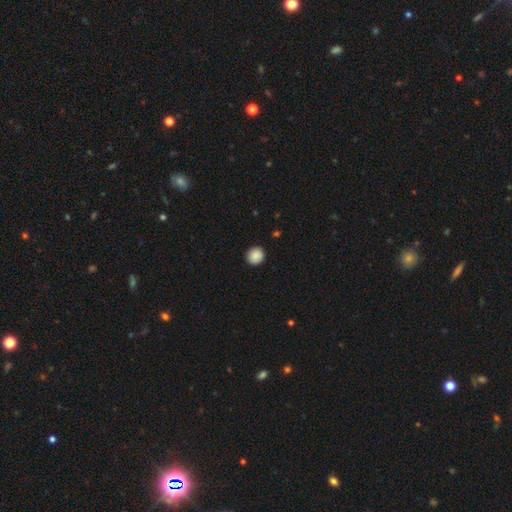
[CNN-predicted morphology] smooth 88%, star or artifact 8%, featured or disk 3%. Down the decision tree: how rounded — round (86%); merging — none (89%).